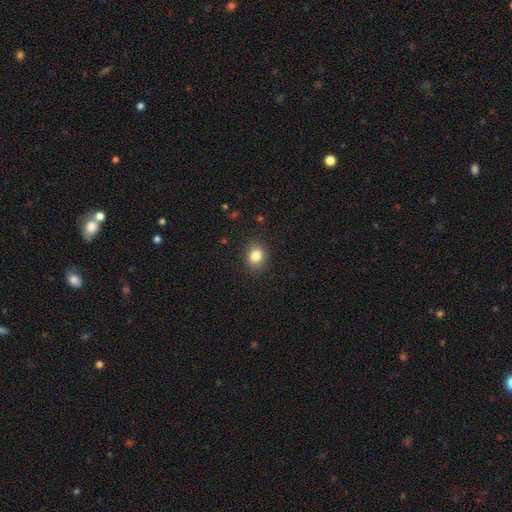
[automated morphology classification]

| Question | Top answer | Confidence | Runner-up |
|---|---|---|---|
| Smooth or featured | smooth | 83% | star or artifact (10%) |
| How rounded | round | 61% | in between (38%) |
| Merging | none | 89% | minor disturbance (8%) |